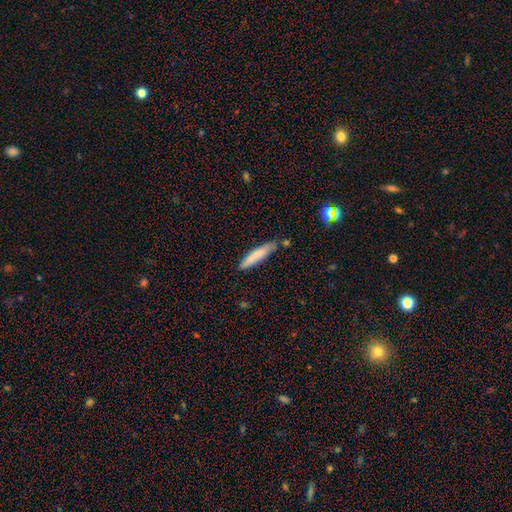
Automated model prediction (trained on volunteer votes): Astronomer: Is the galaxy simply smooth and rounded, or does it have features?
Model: smooth — 80%.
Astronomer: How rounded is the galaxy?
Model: cigar-shaped — 86%.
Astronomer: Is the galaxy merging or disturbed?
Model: none — 74%.